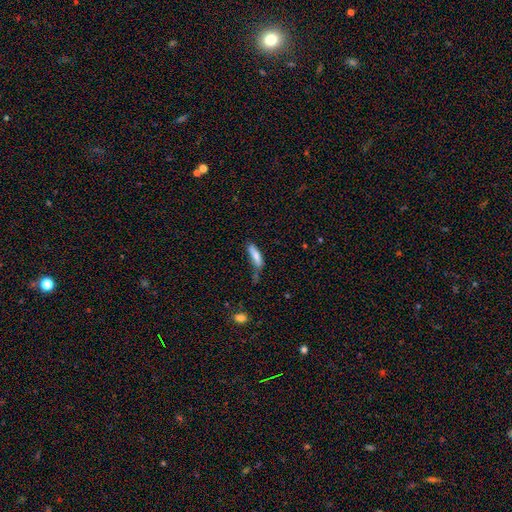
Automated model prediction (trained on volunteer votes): Smooth or featured?
  - smooth: 76% *
  - featured or disk: 17%
  - star or artifact: 7%
How rounded?
  - cigar-shaped: 64% *
  - in between: 34%
  - round: 2%
Merging?
  - none: 43% *
  - minor disturbance: 31%
  - major disturbance: 14%
  - merger: 12%